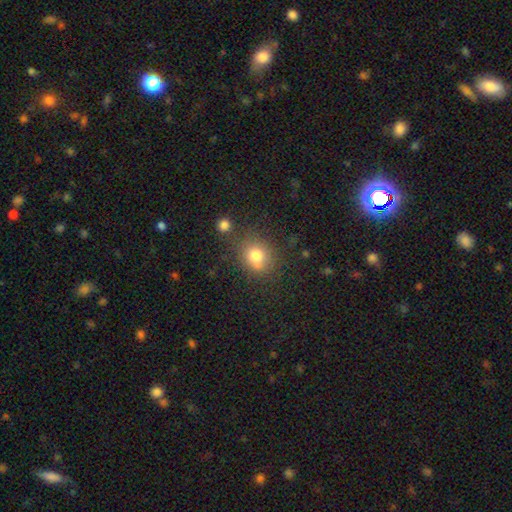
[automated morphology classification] The model was most divided on "merging": none: 66%, minor disturbance: 17%, merger: 11%, major disturbance: 6%. More confident: smooth or featured — smooth (77%); how rounded — round (75%).